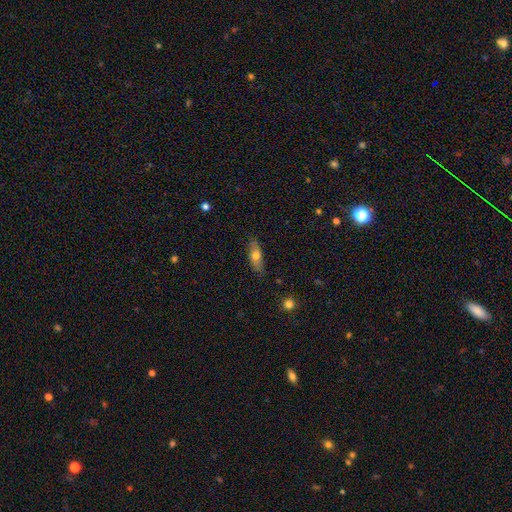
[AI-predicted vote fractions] smooth-or-featured: smooth: 60% | featured or disk: 32% | star or artifact: 7%
  how-rounded: in between: 61% | cigar-shaped: 35% | round: 4%
  merging: none: 81% | minor disturbance: 15% | major disturbance: 3% | merger: 1%